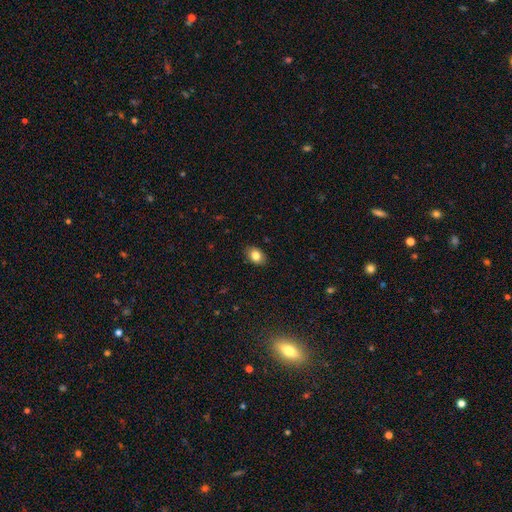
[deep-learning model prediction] smooth_or_featured: smooth (p=0.84) [alt: star or artifact p=0.09]
how_rounded: in between (p=0.80) [alt: round p=0.19]
merging: none (p=0.87) [alt: minor disturbance p=0.10]